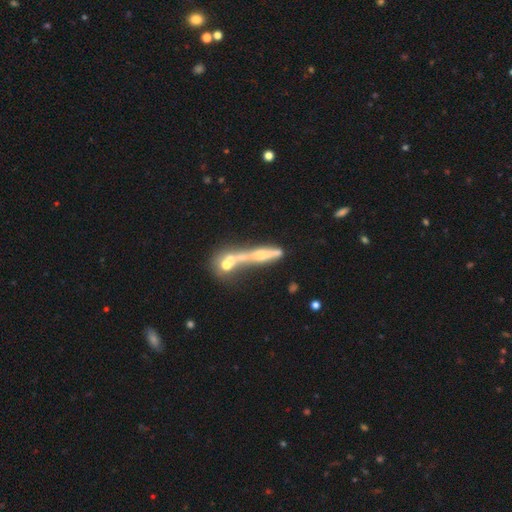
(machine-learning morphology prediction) smooth-or-featured: featured or disk: 56% | smooth: 31% | star or artifact: 13%
  disk-edge-on: yes: 68% | no: 32%
  merging: merger: 56% | none: 27% | minor disturbance: 9% | major disturbance: 8%